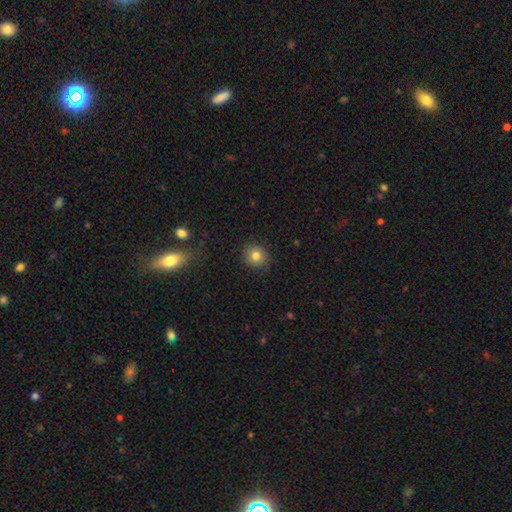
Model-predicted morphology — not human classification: This appears to be a smooth galaxy with no disk features (80%) that is round (89%). Merging: none (85%).